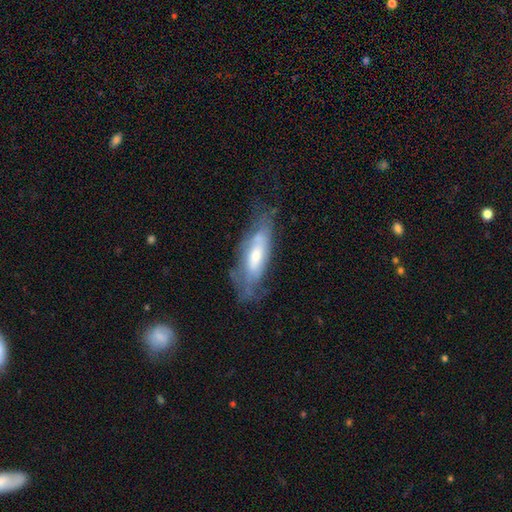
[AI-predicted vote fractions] The model was most divided on "smooth or featured": featured or disk: 54%, smooth: 39%, star or artifact: 7%. More confident: edge-on disk — no (69%); merging — none (56%).